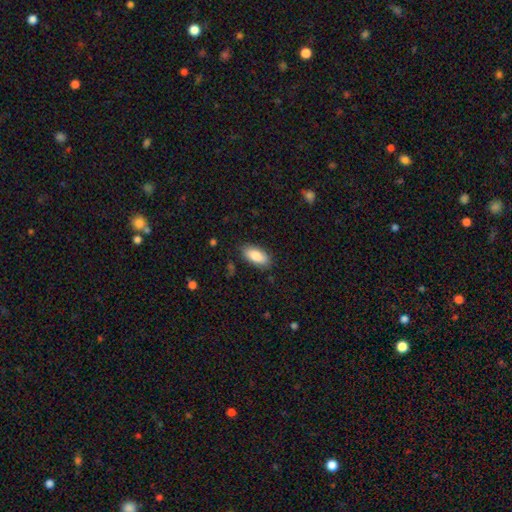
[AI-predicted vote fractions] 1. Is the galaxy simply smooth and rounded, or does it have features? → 85% smooth, 9% featured or disk, 6% star or artifact.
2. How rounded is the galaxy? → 89% in between, 9% cigar-shaped, 2% round.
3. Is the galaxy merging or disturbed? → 85% none, 11% minor disturbance, 3% major disturbance, 1% merger.